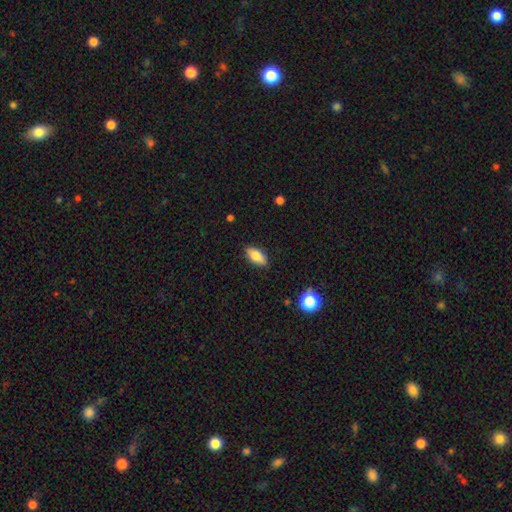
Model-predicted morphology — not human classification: smooth-or-featured: smooth: 80% | featured or disk: 13% | star or artifact: 7%
  how-rounded: in between: 86% | cigar-shaped: 11% | round: 3%
  merging: none: 86% | minor disturbance: 10% | major disturbance: 2% | merger: 1%